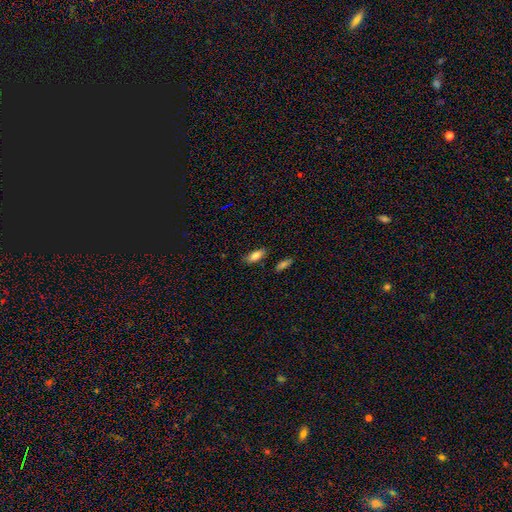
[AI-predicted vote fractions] Overall: smooth (79%). How rounded: in between (83%). Merging: none (82%).